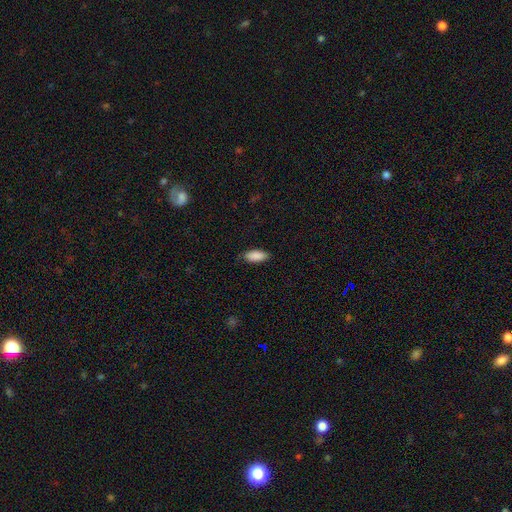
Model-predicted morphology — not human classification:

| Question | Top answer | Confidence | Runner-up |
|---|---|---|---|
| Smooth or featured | smooth | 89% | star or artifact (6%) |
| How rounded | in between | 86% | cigar-shaped (12%) |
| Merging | none | 82% | minor disturbance (14%) |